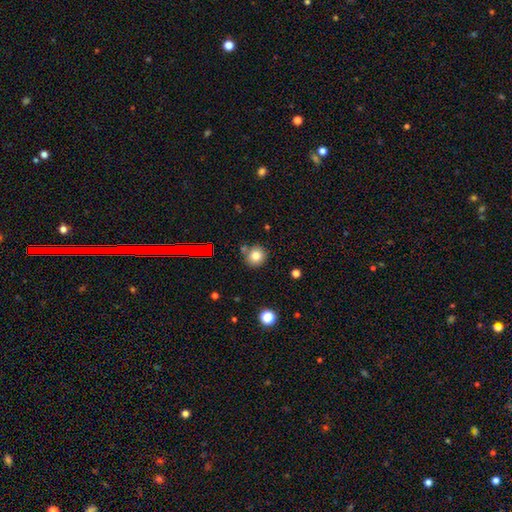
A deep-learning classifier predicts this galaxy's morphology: type=smooth (79%); roundness=round (91%); merging=none (78%).